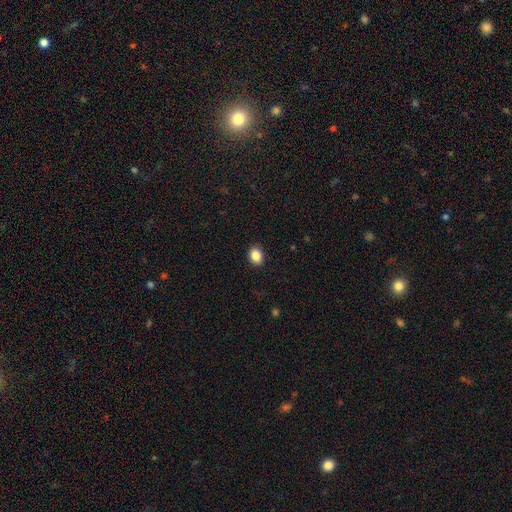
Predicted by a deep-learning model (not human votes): A smooth galaxy with no disk features (86%) that is in between round and cigar-shaped (68%).

Vote fractions:
- Smooth or featured? smooth: 86% / star or artifact: 9% / featured or disk: 5%
- How rounded? in between: 68% / round: 31% / cigar-shaped: 1%
- Merging? none: 90% / minor disturbance: 7% / major disturbance: 2% / merger: 1%